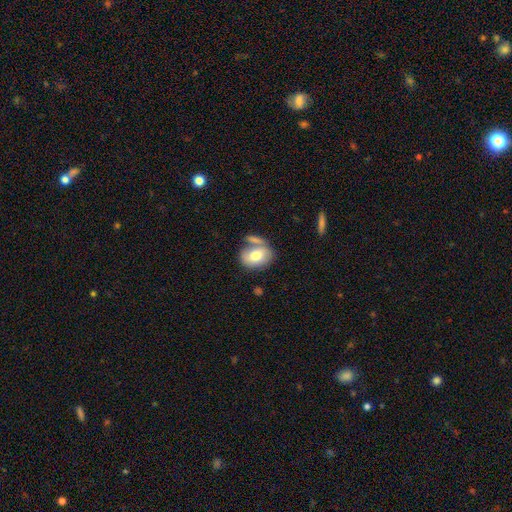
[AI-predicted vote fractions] A smooth galaxy with no disk features (72%) that is in between round and cigar-shaped (69%).

Vote fractions:
- Smooth or featured? smooth: 72% / featured or disk: 21% / star or artifact: 7%
- How rounded? in between: 69% / round: 30% / cigar-shaped: 2%
- Merging? none: 47% / merger: 32% / minor disturbance: 16% / major disturbance: 6%